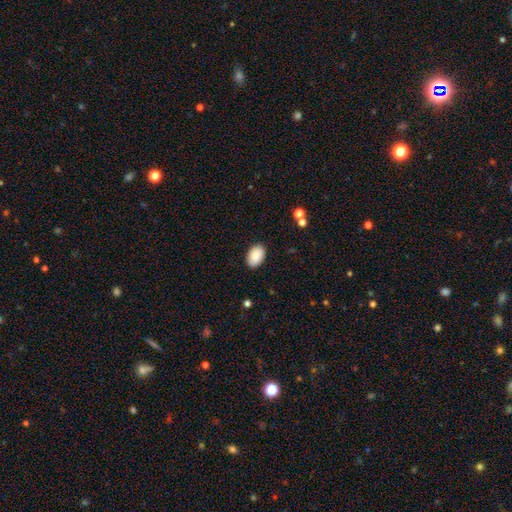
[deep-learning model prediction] Smooth or featured? Predicted: smooth (p=0.86). How rounded? Predicted: in between (p=0.90). Merging? Predicted: none (p=0.89).